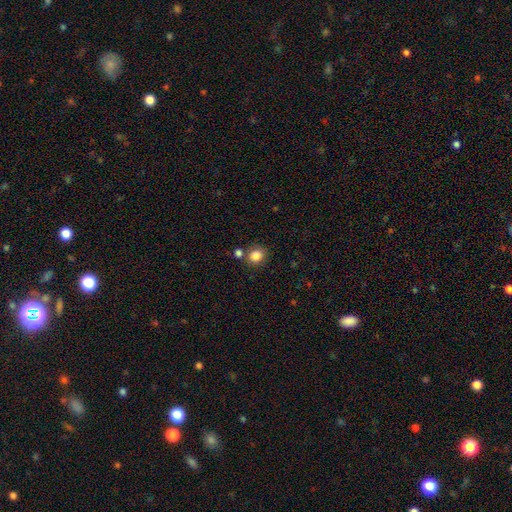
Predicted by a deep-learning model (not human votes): Morphology: type=smooth (84%); roundness=round (73%); merging=none (71%).